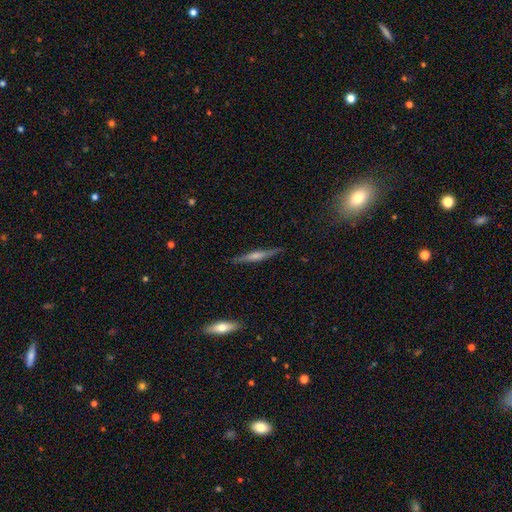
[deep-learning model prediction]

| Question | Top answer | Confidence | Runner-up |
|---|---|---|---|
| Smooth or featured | featured or disk | 69% | smooth (24%) |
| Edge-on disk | yes | 97% | no (3%) |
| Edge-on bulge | rounded | 71% | none (15%) |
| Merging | none | 87% | minor disturbance (10%) |